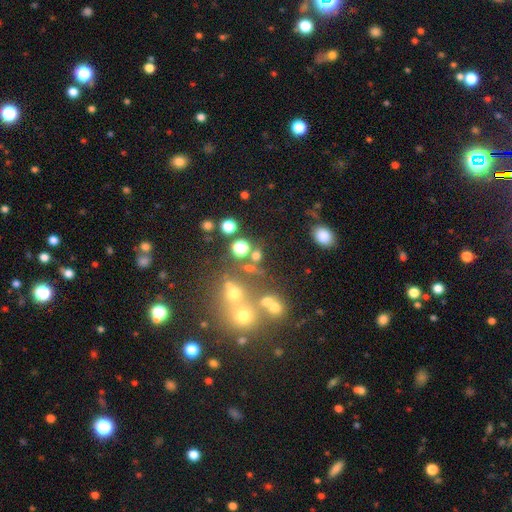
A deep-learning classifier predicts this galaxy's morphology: A smooth galaxy with no disk features (59%) that is round (75%). Merging: none (62%).